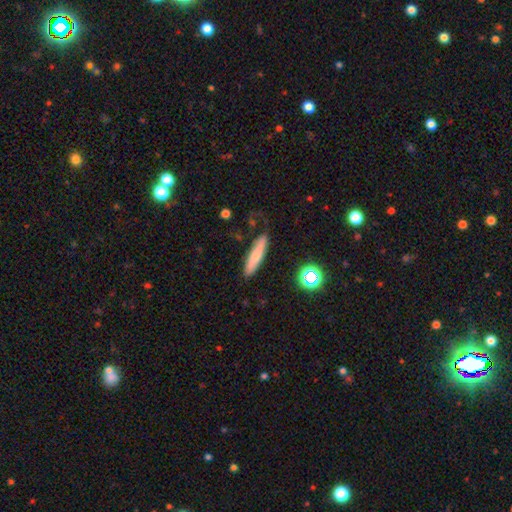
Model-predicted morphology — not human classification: type=smooth (68%); roundness=cigar-shaped (81%); merging=none (77%).